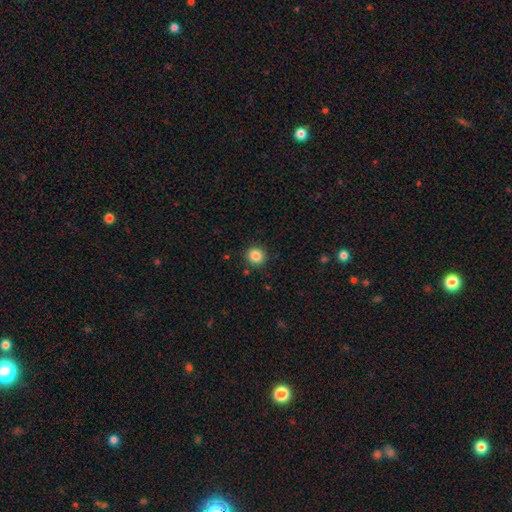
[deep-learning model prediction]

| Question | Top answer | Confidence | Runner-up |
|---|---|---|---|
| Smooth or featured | smooth | 85% | star or artifact (10%) |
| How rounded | round | 92% | in between (7%) |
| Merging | none | 90% | minor disturbance (6%) |